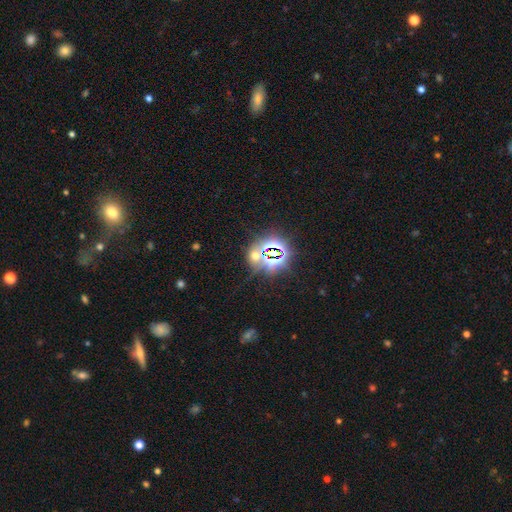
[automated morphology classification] Smooth or featured: star or artifact — 64% (smooth — 26%)